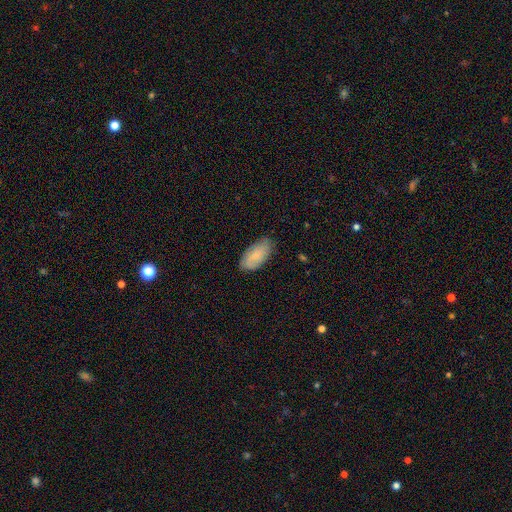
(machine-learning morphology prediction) A smooth galaxy with no disk features (77%) that is in between round and cigar-shaped (93%).

Vote fractions:
- Smooth or featured? smooth: 77% / featured or disk: 16% / star or artifact: 6%
- How rounded? in between: 93% / cigar-shaped: 4% / round: 2%
- Merging? none: 74% / minor disturbance: 22% / major disturbance: 4% / merger: 1%